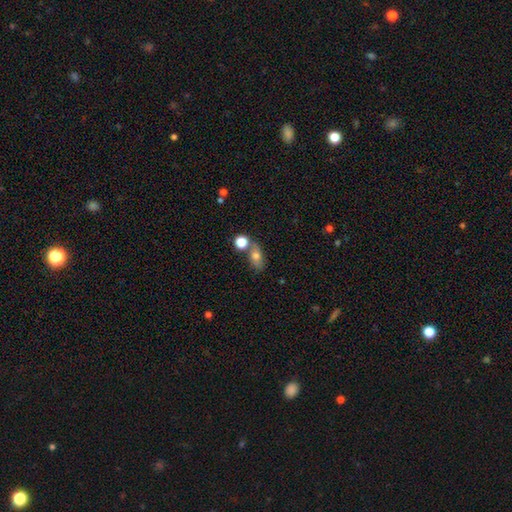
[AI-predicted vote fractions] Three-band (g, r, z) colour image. It shows a smooth galaxy with no disk features (70%) that is in between round and cigar-shaped (70%). Merging: none (53%).